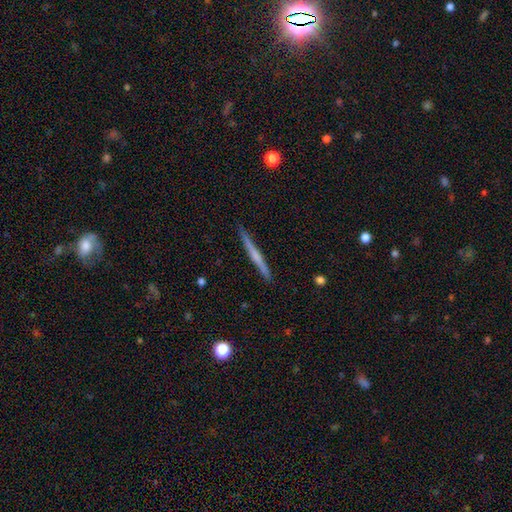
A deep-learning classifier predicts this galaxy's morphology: Smooth or featured? featured or disk (57%)
Edge-on disk? yes (98%)
Edge-on bulge? none (55%)
Merging? none (90%)